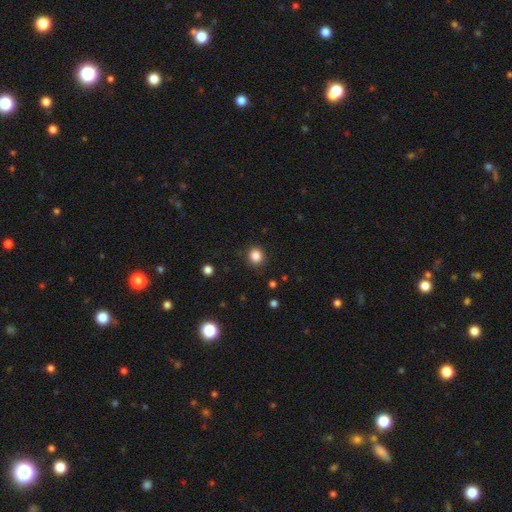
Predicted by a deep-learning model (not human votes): Smooth or featured?
  - smooth: 84% *
  - star or artifact: 11%
  - featured or disk: 4%
How rounded?
  - round: 86% *
  - in between: 13%
  - cigar-shaped: 1%
Merging?
  - none: 90% *
  - minor disturbance: 7%
  - major disturbance: 2%
  - merger: 1%